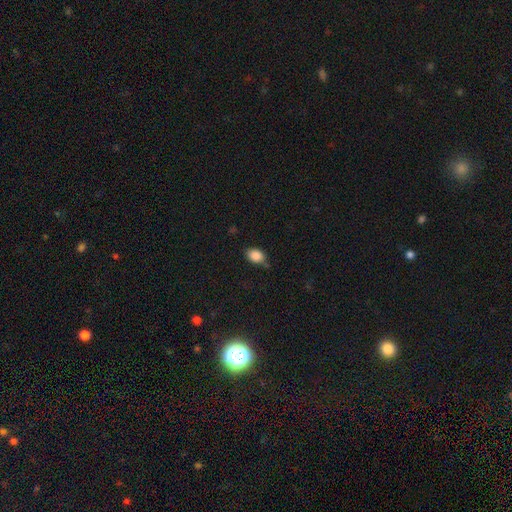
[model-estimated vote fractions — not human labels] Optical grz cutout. It shows a smooth galaxy with no disk features (87%) that is in between round and cigar-shaped (75%). Merging: none (70%).